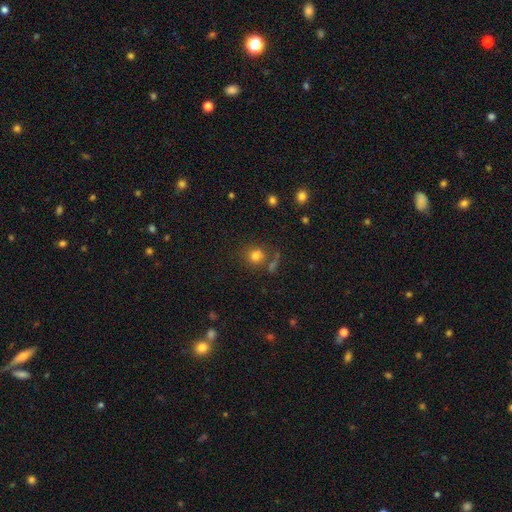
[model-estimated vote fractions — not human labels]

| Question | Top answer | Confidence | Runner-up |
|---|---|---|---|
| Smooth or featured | smooth | 74% | star or artifact (15%) |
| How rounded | round | 81% | in between (18%) |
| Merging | none | 60% | merger (20%) |